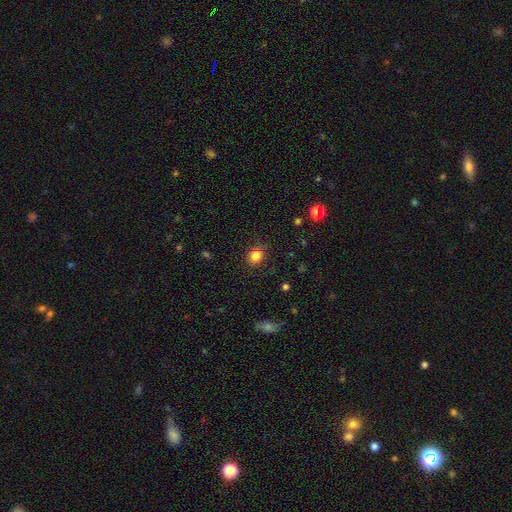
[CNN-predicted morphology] This appears to be a smooth galaxy with no disk features (84%) that is round (65%). Merging: none (82%).